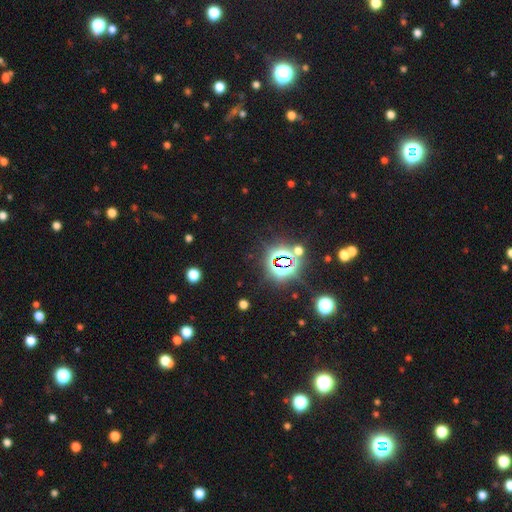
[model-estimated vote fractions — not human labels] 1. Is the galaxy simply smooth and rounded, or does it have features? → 80% star or artifact, 13% smooth, 7% featured or disk.